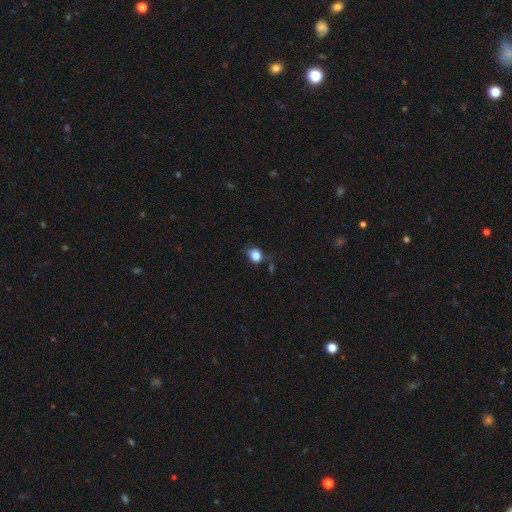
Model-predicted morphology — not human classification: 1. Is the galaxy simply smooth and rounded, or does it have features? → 82% smooth, 11% star or artifact, 7% featured or disk.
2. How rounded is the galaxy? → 67% round, 32% in between, 1% cigar-shaped.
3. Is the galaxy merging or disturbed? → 61% none, 26% minor disturbance, 9% major disturbance, 5% merger.